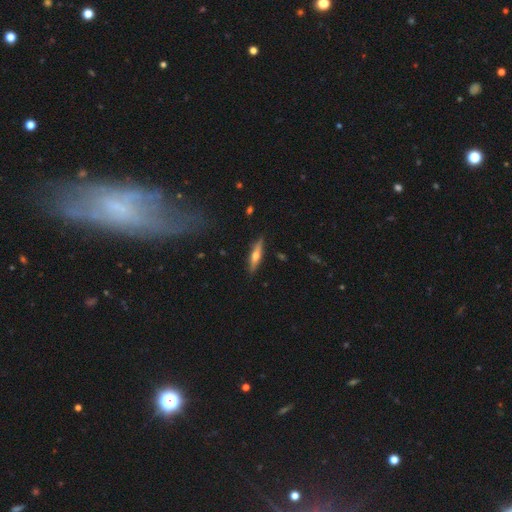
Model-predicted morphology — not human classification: smooth-or-featured: featured or disk: 48% | smooth: 45% | star or artifact: 6%
  merging: none: 88% | minor disturbance: 9% | major disturbance: 2% | merger: 1%